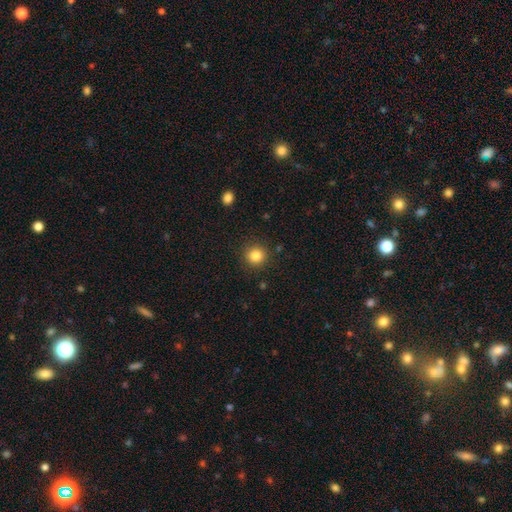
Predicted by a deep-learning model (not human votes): Q: Smooth or featured?
A: smooth (84%); runner-up: star or artifact (11%)
Q: How rounded?
A: round (93%); runner-up: in between (6%)
Q: Merging?
A: none (90%); runner-up: minor disturbance (6%)